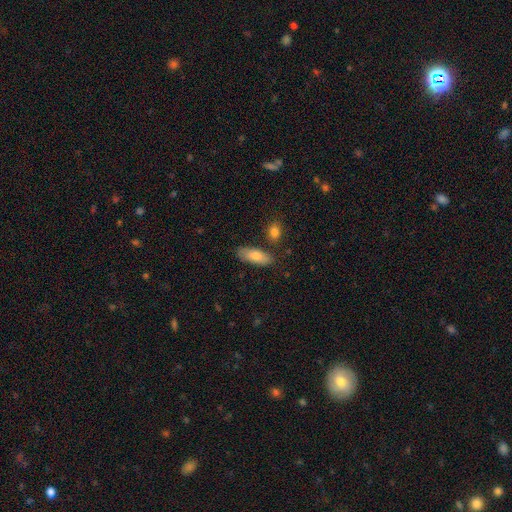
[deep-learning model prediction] smooth 76%, featured or disk 17%, star or artifact 6%. Down the decision tree: how rounded — in between (74%); merging — none (78%).